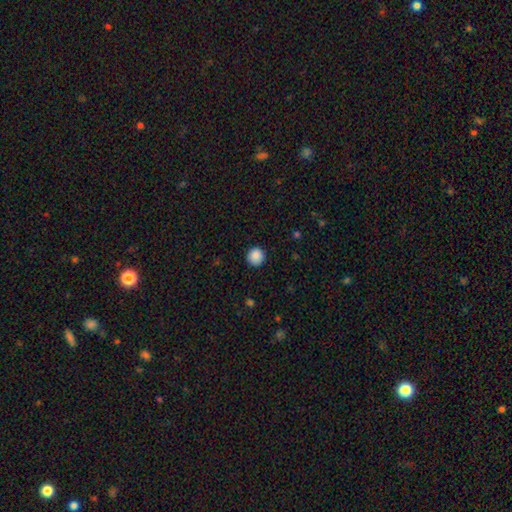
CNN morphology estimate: A smooth galaxy with no disk features (88%) that is round (95%).

Vote fractions:
- Smooth or featured? smooth: 88% / star or artifact: 9% / featured or disk: 3%
- How rounded? round: 95% / in between: 5% / cigar-shaped: 1%
- Merging? none: 92% / minor disturbance: 5% / major disturbance: 2% / merger: 1%